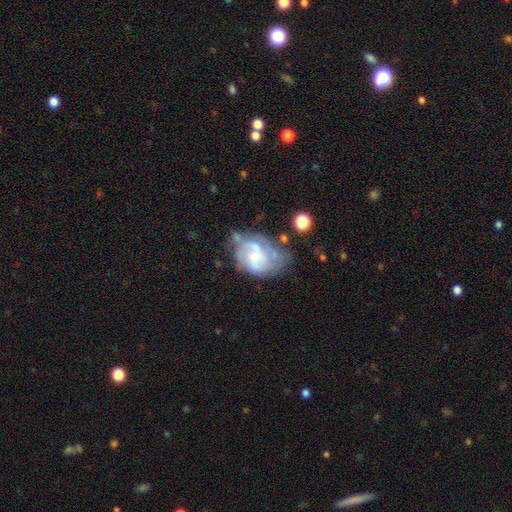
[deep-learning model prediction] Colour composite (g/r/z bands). It shows a featured or disk galaxy (62%) with no bar (66%), spiral arms (59%) and a small central bulge (46%). Merging: none (35%).